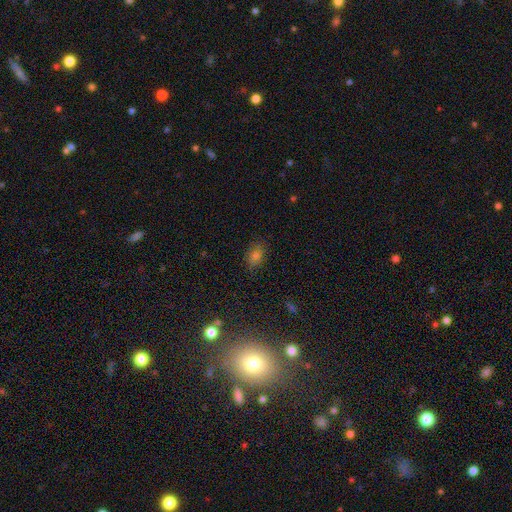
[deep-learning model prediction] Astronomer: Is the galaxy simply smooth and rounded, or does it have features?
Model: smooth — 71%.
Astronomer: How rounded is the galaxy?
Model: in between — 76%.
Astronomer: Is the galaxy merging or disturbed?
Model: none — 80%.